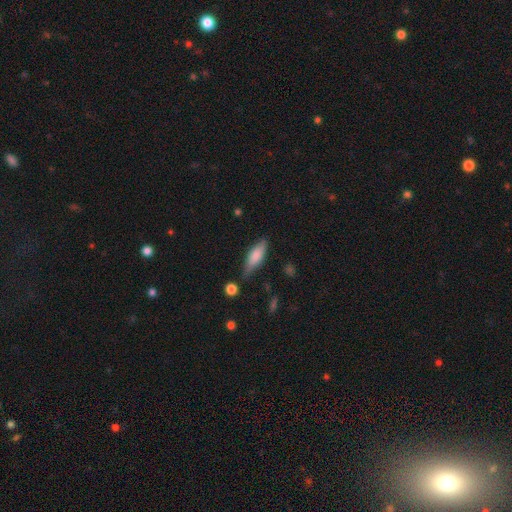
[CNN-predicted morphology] The model was most divided on "how rounded": in between: 53%, cigar-shaped: 45%, round: 2%. More confident: merging — none (72%); smooth or featured — smooth (72%).